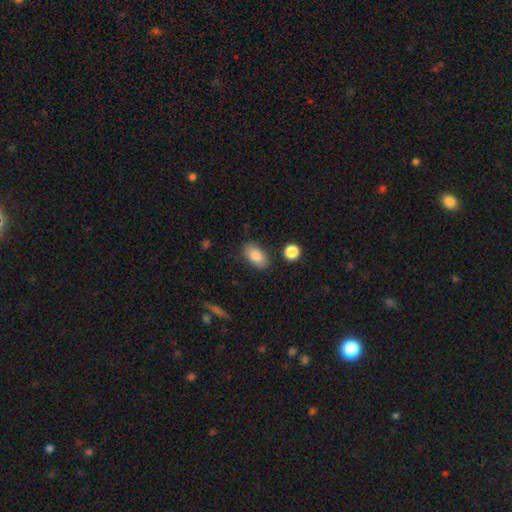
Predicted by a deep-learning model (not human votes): Smooth or featured? smooth (85%)
How rounded? in between (91%)
Merging? none (82%)